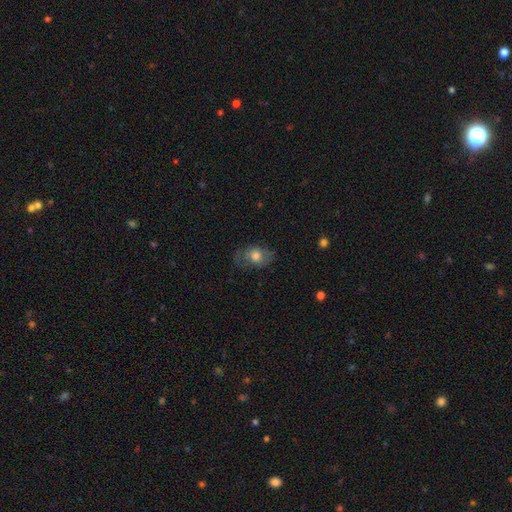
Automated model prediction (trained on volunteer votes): Overall: smooth (61%; featured or disk 30%). How rounded: in between (64%; round 34%). Merging: none (64%).